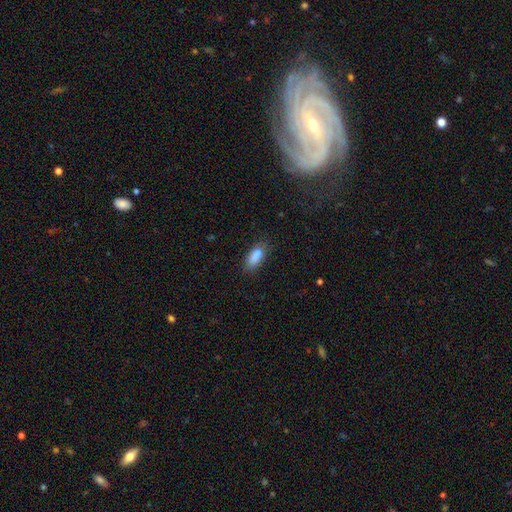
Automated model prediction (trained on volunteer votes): smooth_or_featured: smooth (p=0.85) [alt: star or artifact p=0.08]
how_rounded: in between (p=0.82) [alt: cigar-shaped p=0.15]
merging: none (p=0.71) [alt: minor disturbance p=0.20]